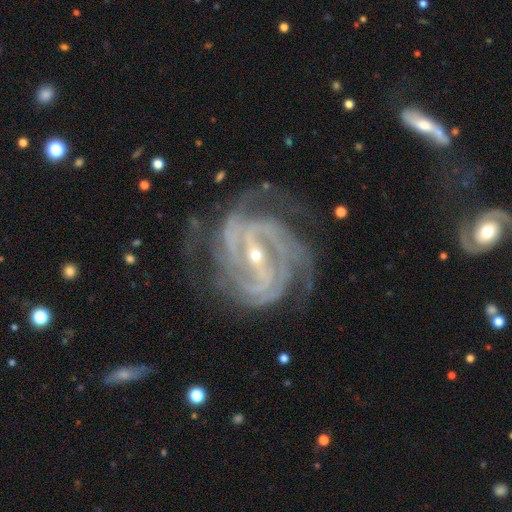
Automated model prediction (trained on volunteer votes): This is clearly a featured or disk galaxy (93%). It is clearly not viewed edge-on (97%). Bar: likely strong (61%). Spiral arm pattern: clearly yes (98%). Spiral arm count: marginally 2 (27%). Spiral winding: possibly tight (59%). Central bulge: likely small (78%). Merging: likely none (64%).